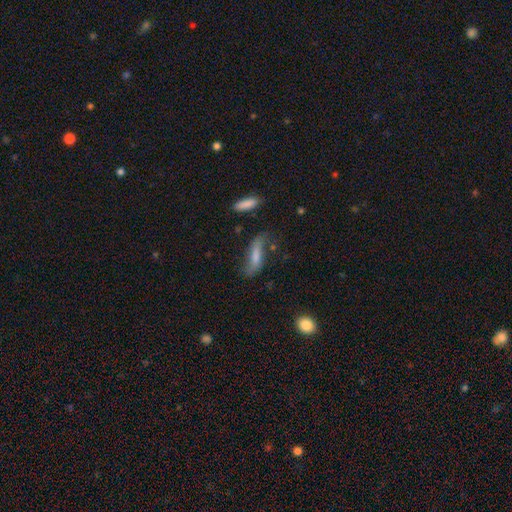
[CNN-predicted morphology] This is possibly a smooth galaxy (55%). How rounded: possibly cigar-shaped (57%). Merging: possibly none (55%).